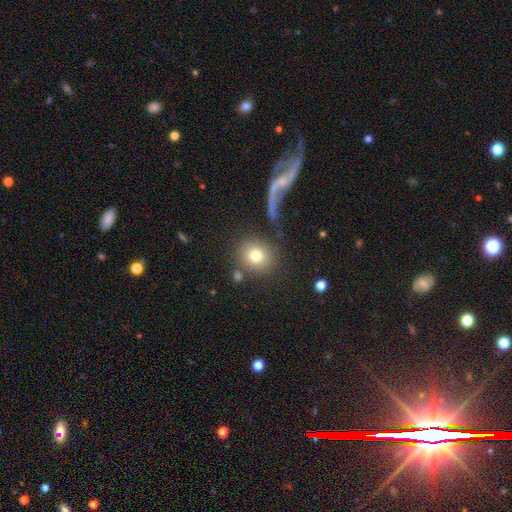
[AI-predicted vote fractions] Smooth or featured?
  - smooth: 78% *
  - featured or disk: 12%
  - star or artifact: 10%
How rounded?
  - round: 84% *
  - in between: 14%
  - cigar-shaped: 1%
Merging?
  - none: 77% *
  - minor disturbance: 10%
  - merger: 8%
  - major disturbance: 5%